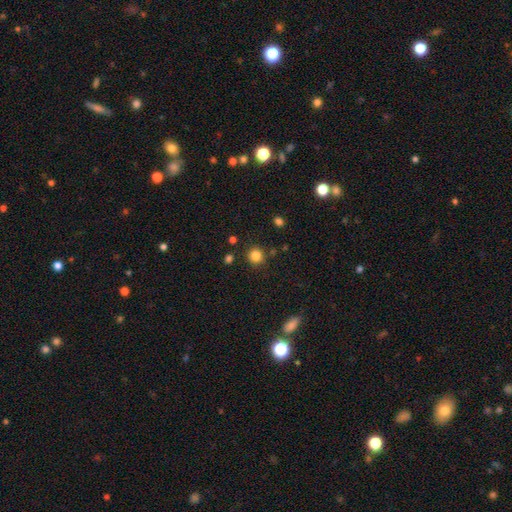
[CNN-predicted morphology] This appears to be a smooth galaxy with no disk features (83%) that is round (91%). Merging: none (85%).